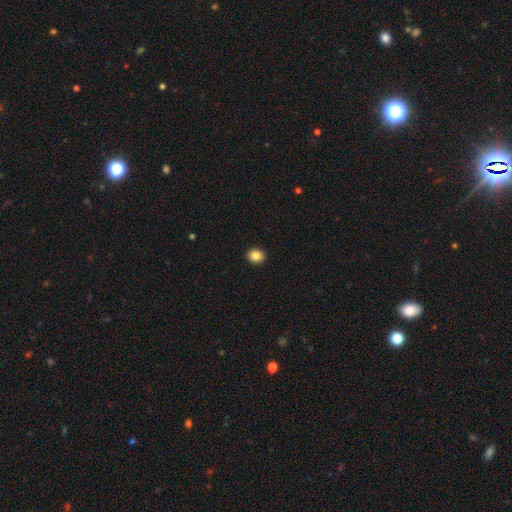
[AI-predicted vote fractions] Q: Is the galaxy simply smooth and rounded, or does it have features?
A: smooth — 86%.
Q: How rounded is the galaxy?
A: round — 62%.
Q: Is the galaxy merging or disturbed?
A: none — 92%.